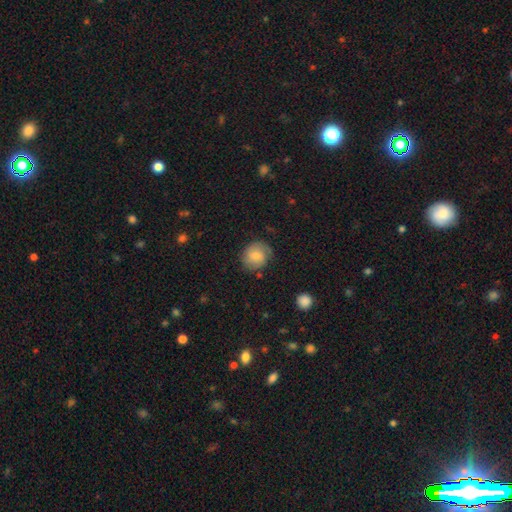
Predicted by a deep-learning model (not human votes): A smooth galaxy with no disk features (68%) that is round (77%). Merging: none (72%).